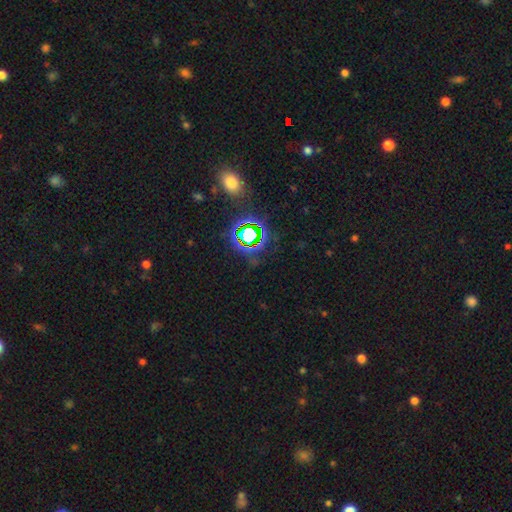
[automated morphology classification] A star or artifact, not a galaxy (71%).